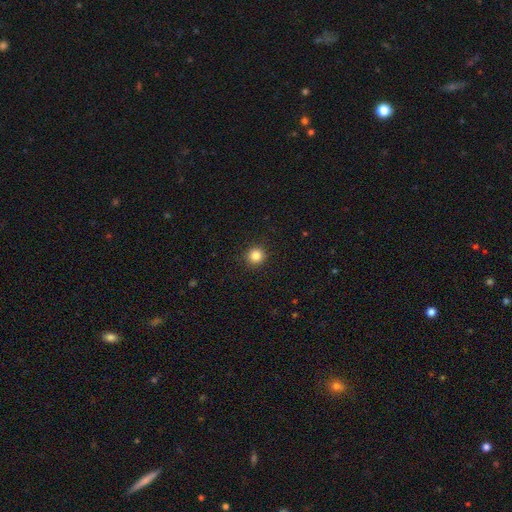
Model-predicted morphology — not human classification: smooth-or-featured: smooth: 85% | star or artifact: 11% | featured or disk: 4%
  how-rounded: round: 94% | in between: 5% | cigar-shaped: 1%
  merging: none: 92% | minor disturbance: 5% | major disturbance: 2% | merger: 1%